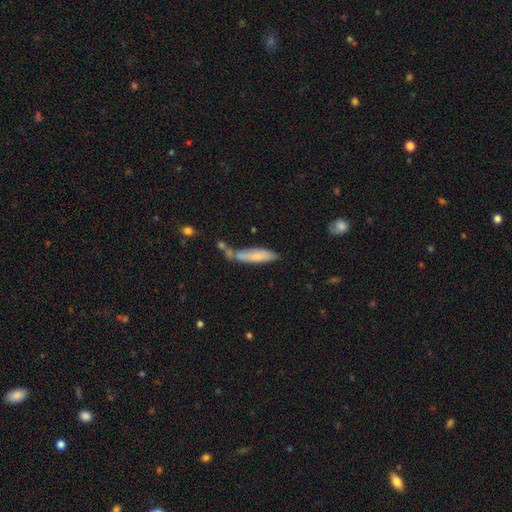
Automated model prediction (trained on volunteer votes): A smooth galaxy with no disk features (72%) that is cigar-shaped (72%).

Vote fractions:
- Smooth or featured? smooth: 72% / featured or disk: 21% / star or artifact: 7%
- How rounded? cigar-shaped: 72% / in between: 27% / round: 2%
- Merging? none: 50% / minor disturbance: 24% / merger: 18% / major disturbance: 8%